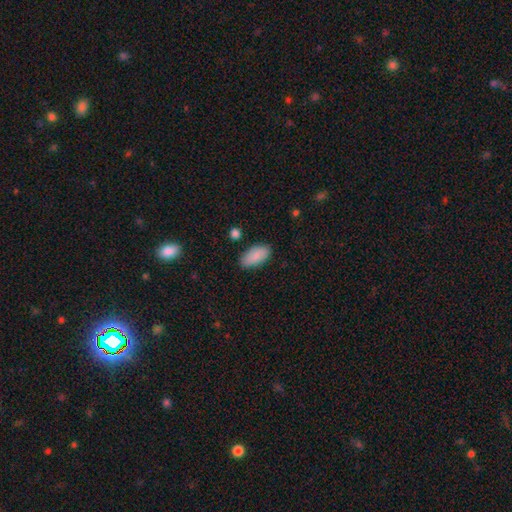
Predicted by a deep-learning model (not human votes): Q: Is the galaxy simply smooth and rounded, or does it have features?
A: smooth — 88%.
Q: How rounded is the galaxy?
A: in between — 92%.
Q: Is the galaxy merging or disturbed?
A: none — 85%.